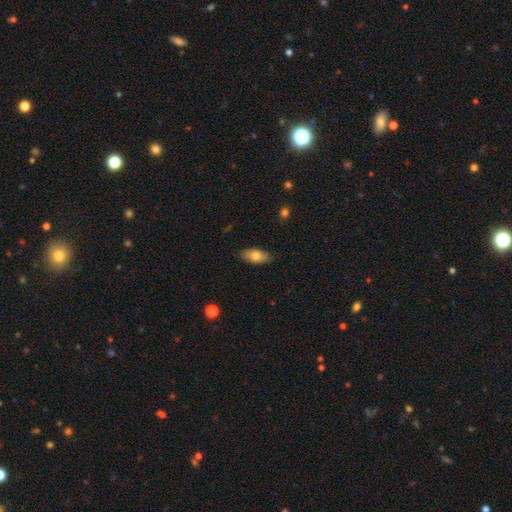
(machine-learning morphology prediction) Smooth or featured? smooth (74%)
How rounded? in between (87%)
Merging? none (84%)